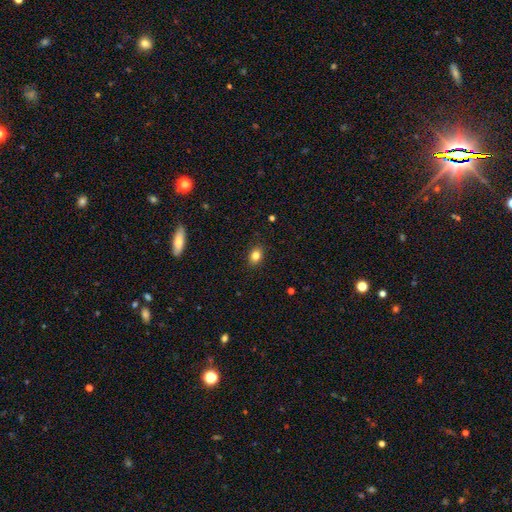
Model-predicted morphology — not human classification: type=smooth (83%); roundness=in between (65%); merging=none (88%).